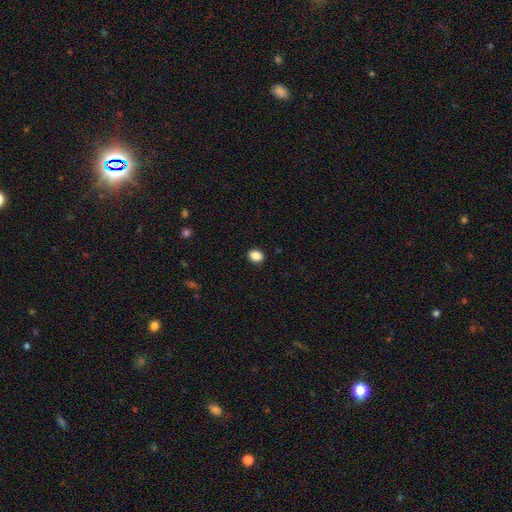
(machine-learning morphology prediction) Q: Smooth or featured?
A: smooth (88%); runner-up: star or artifact (9%)
Q: How rounded?
A: in between (53%); runner-up: round (46%)
Q: Merging?
A: none (91%); runner-up: minor disturbance (7%)